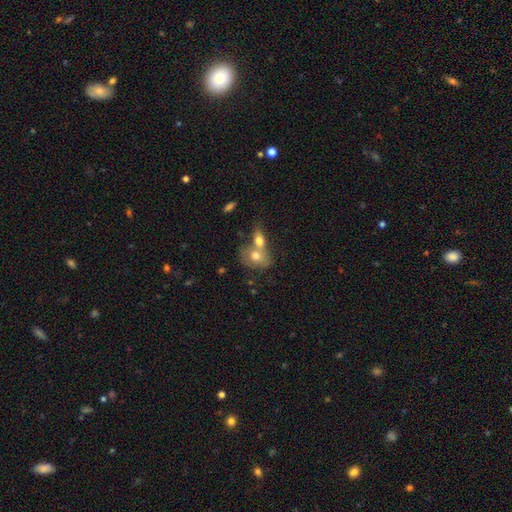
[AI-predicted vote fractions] Q: Smooth or featured?
A: smooth (69%); runner-up: featured or disk (24%)
Q: How rounded?
A: in between (64%); runner-up: round (34%)
Q: Merging?
A: merger (65%); runner-up: none (22%)